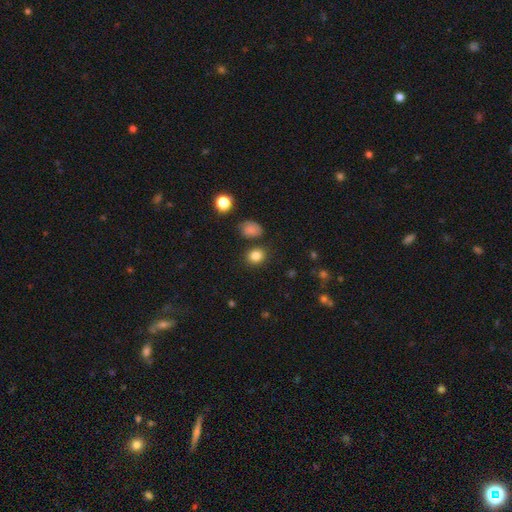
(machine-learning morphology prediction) Q: Smooth or featured?
A: smooth (84%); runner-up: star or artifact (11%)
Q: How rounded?
A: round (63%); runner-up: in between (36%)
Q: Merging?
A: none (81%); runner-up: minor disturbance (10%)